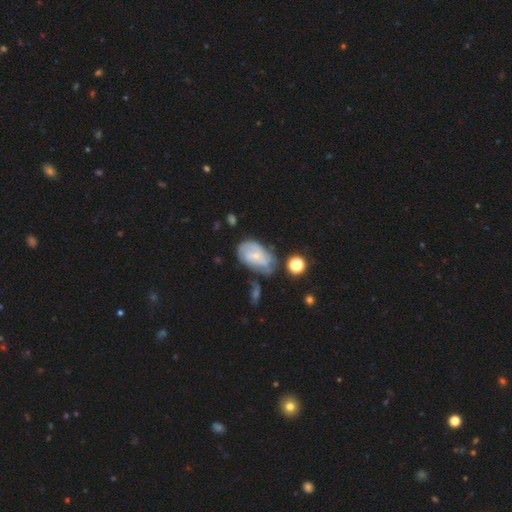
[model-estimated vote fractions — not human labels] smooth_or_featured: featured or disk (p=0.63) [alt: smooth p=0.29]
disk_edge_on: no (p=0.96) [alt: yes p=0.04]
bar: no (p=0.61) [alt: weak p=0.32]
has_spiral_arms: yes (p=0.80) [alt: no p=0.20]
bulge_size: small (p=0.73) [alt: moderate p=0.21]
merging: none (p=0.48) [alt: minor disturbance p=0.28]